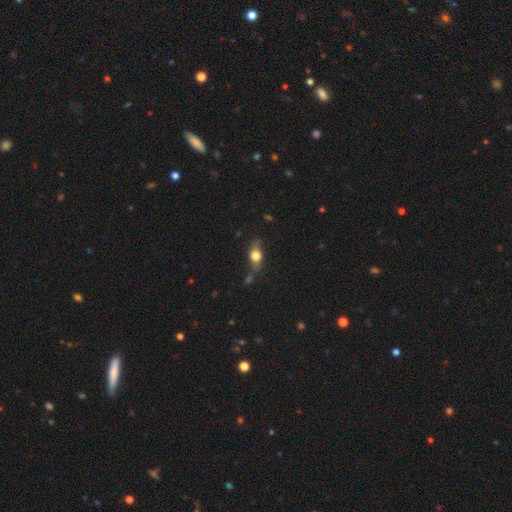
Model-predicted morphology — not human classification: Q: Smooth or featured?
A: smooth (70%); runner-up: featured or disk (21%)
Q: How rounded?
A: in between (72%); runner-up: round (18%)
Q: Merging?
A: none (62%); runner-up: minor disturbance (24%)